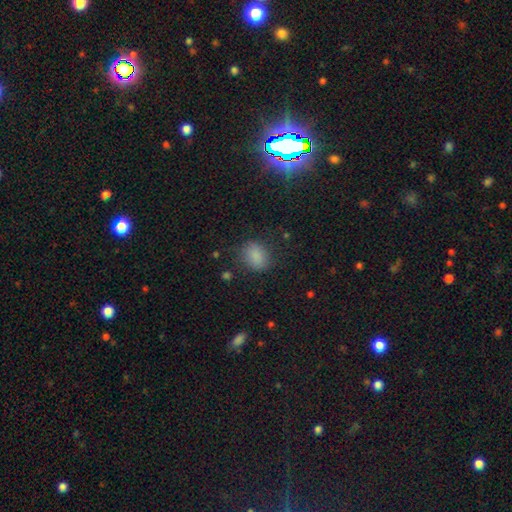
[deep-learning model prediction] Smooth or featured: smooth — 84% (star or artifact — 10%)
How rounded: in between — 52% (round — 46%)
Merging: none — 77% (minor disturbance — 16%)